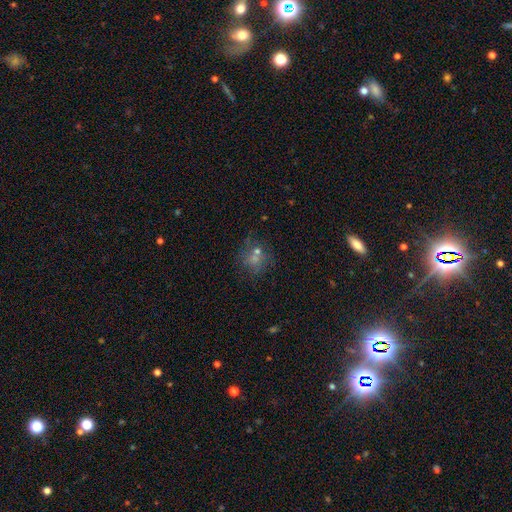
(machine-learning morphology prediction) Smooth or featured?
  - smooth: 60% *
  - featured or disk: 20%
  - star or artifact: 20%
How rounded?
  - round: 81% *
  - in between: 18%
  - cigar-shaped: 1%
Merging?
  - none: 55% *
  - merger: 24%
  - minor disturbance: 13%
  - major disturbance: 8%